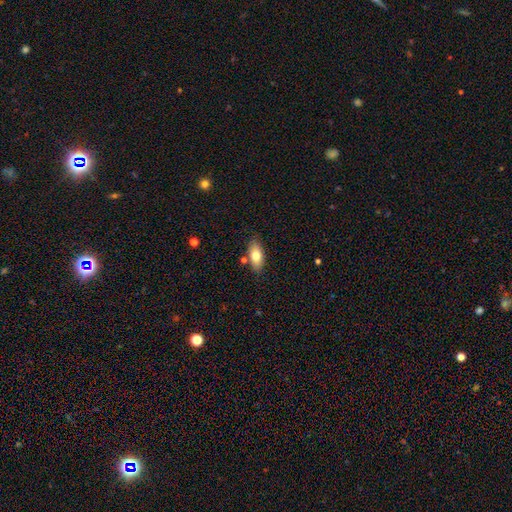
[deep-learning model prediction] The model was most divided on "smooth or featured": smooth: 76%, featured or disk: 17%, star or artifact: 7%. More confident: how rounded — in between (88%); merging — none (80%).